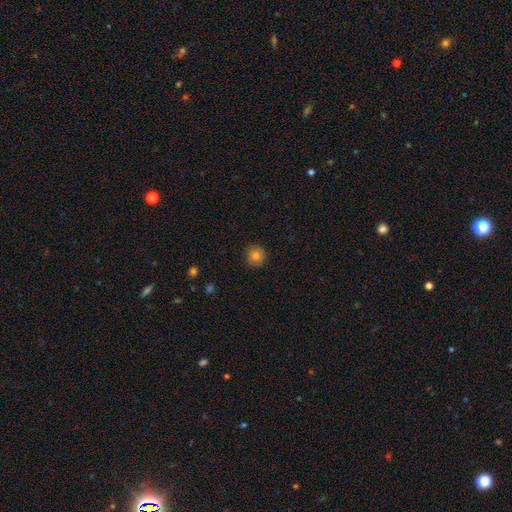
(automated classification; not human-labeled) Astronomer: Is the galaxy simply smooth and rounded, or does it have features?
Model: smooth — 79%.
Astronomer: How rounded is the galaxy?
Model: round — 94%.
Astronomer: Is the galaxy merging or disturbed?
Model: none — 90%.